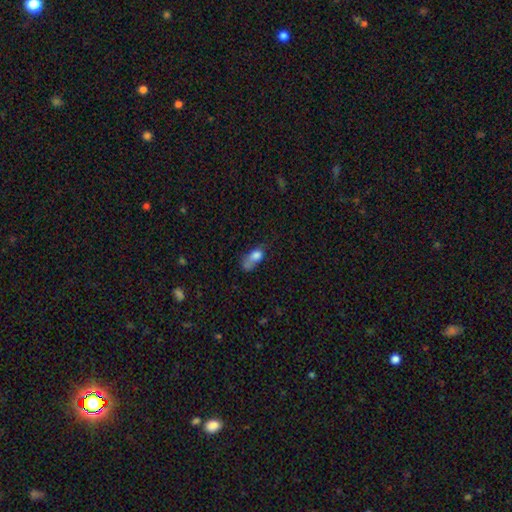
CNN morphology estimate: Smooth or featured? smooth (74%)
How rounded? in between (73%)
Merging? major disturbance (28%)